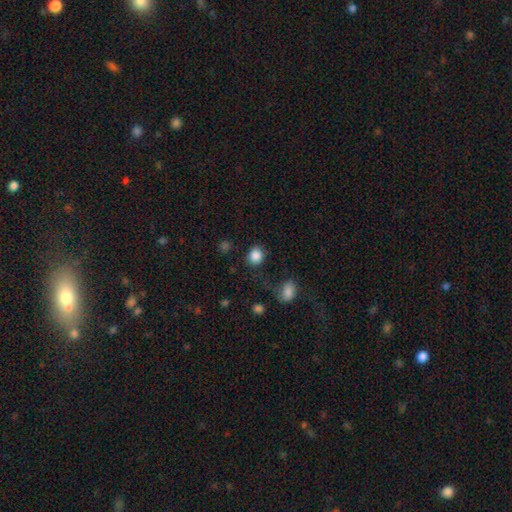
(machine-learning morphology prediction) smooth-or-featured: smooth: 86% | star or artifact: 10% | featured or disk: 4%
  how-rounded: round: 77% | in between: 22% | cigar-shaped: 1%
  merging: none: 80% | minor disturbance: 12% | major disturbance: 5% | merger: 4%